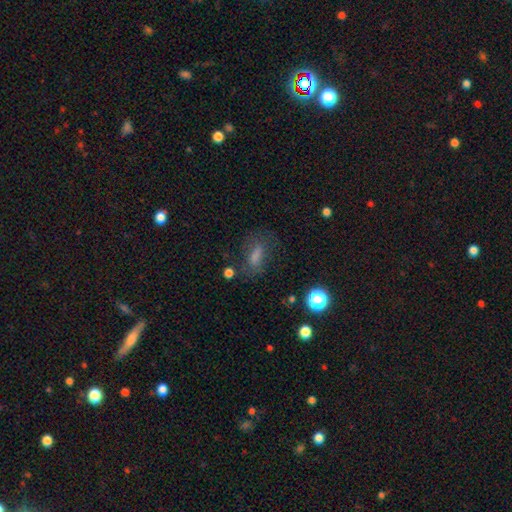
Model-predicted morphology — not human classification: The model was most divided on "smooth or featured": smooth: 56%, featured or disk: 23%, star or artifact: 21%. More confident: merging — none (68%); how rounded — in between (65%).